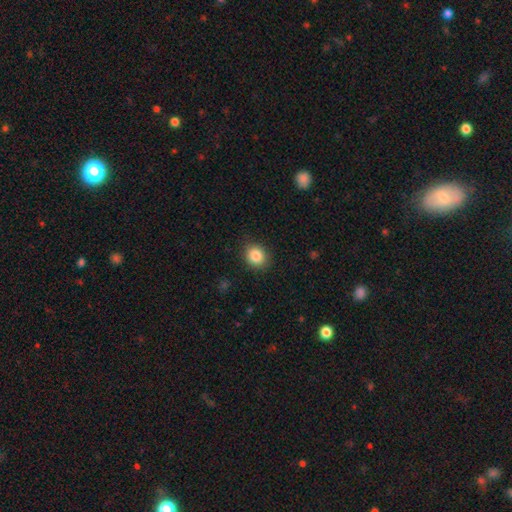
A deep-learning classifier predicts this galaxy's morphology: smooth 86%, star or artifact 9%, featured or disk 5%. Down the decision tree: how rounded — round (70%); merging — none (87%).